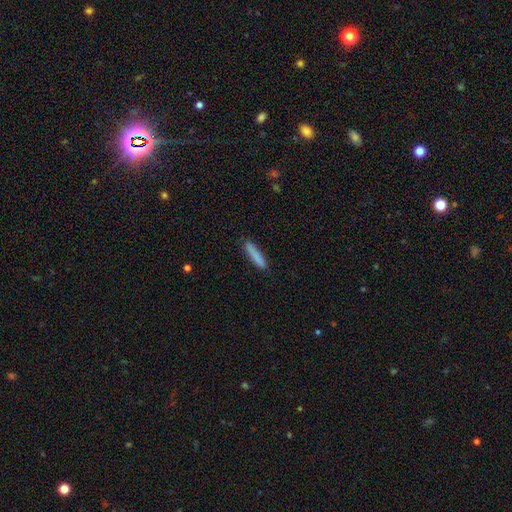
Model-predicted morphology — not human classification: type=smooth (85%); roundness=cigar-shaped (90%); merging=none (87%).